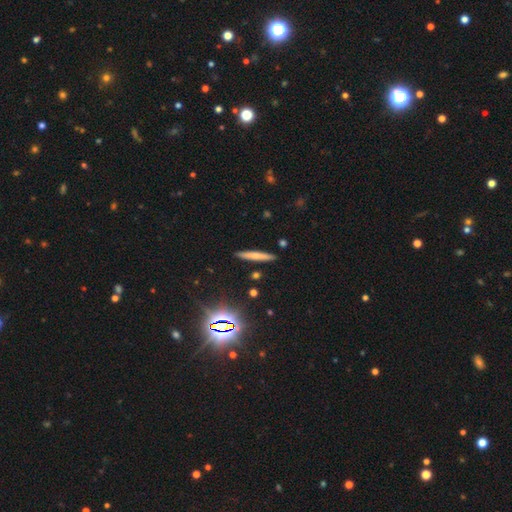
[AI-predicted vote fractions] smooth-or-featured: smooth: 63% | featured or disk: 27% | star or artifact: 11%
  how-rounded: cigar-shaped: 93% | in between: 5% | round: 2%
  merging: none: 89% | minor disturbance: 7% | merger: 2% | major disturbance: 2%